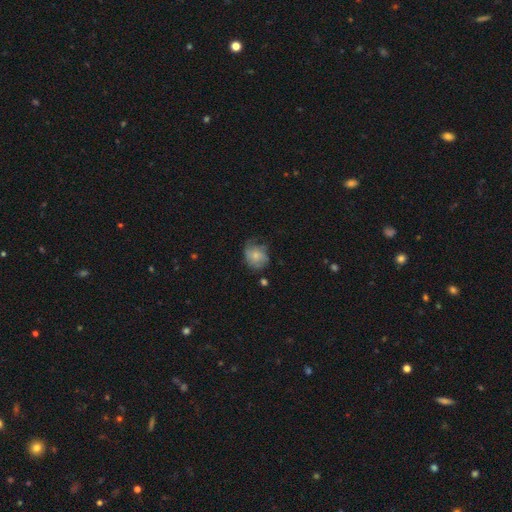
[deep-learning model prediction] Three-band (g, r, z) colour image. It shows a smooth galaxy with no disk features (62%) that is round (65%). Merging: none (51%).